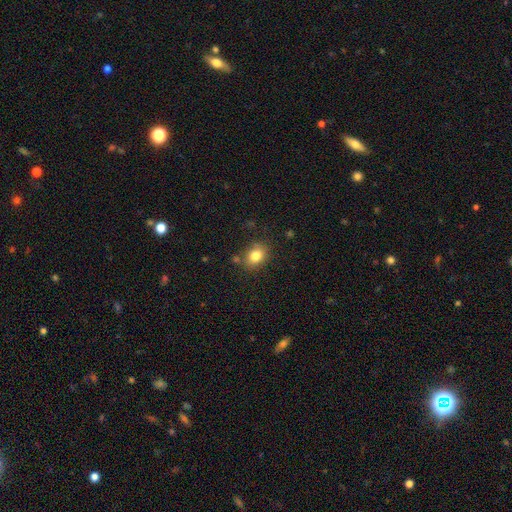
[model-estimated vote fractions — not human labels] Overall: smooth (82%). How rounded: in between (58%; round 41%). Merging: none (78%).